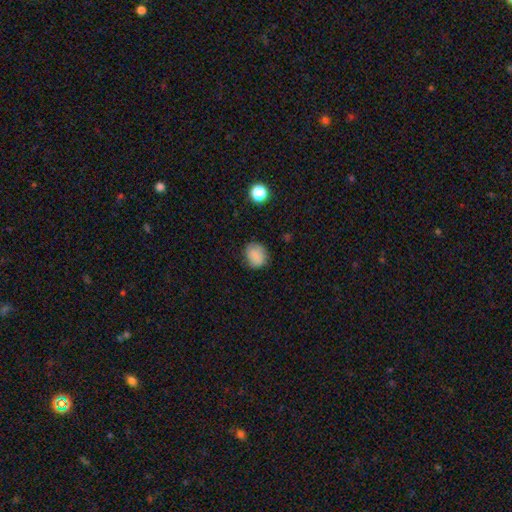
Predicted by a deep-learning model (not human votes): Smooth or featured? Predicted: smooth (p=0.84). How rounded? Predicted: round (p=0.62). Merging? Predicted: none (p=0.80).